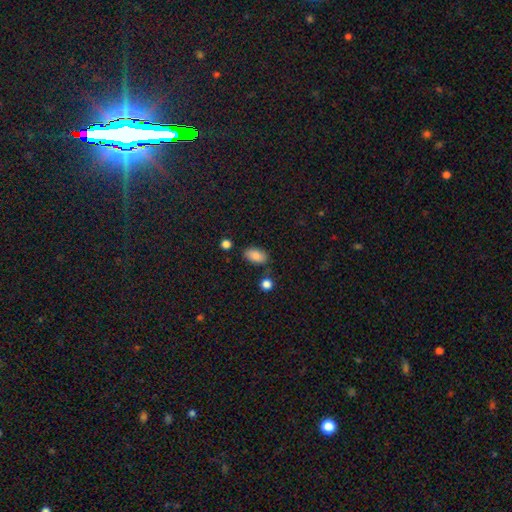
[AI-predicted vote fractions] Overall: smooth (86%). How rounded: in between (92%). Merging: none (75%).